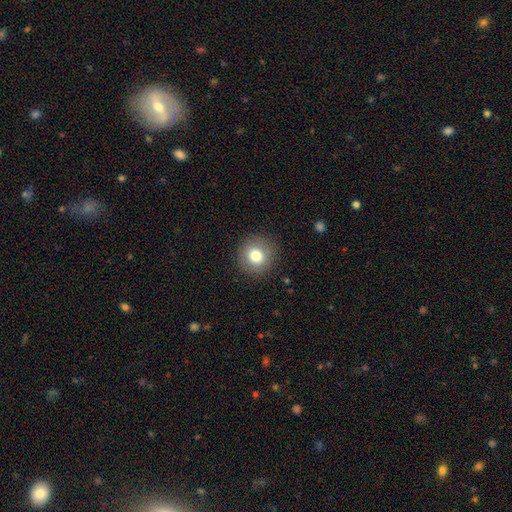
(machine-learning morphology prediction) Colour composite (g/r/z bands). It shows a smooth galaxy with no disk features (79%) that is round (93%). Merging: none (90%).